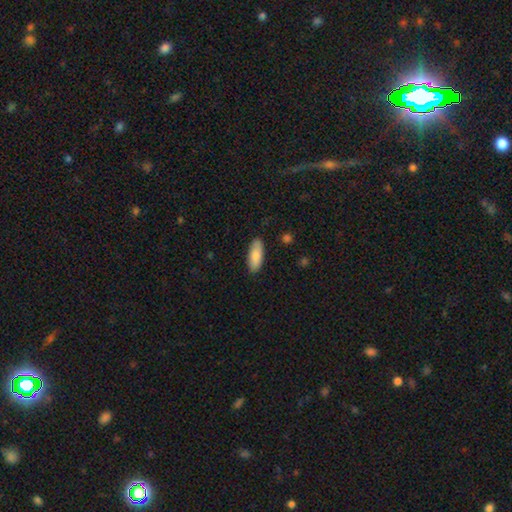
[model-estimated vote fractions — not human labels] A smooth galaxy with no disk features (86%) that is in between round and cigar-shaped (76%). Merging: none (87%).